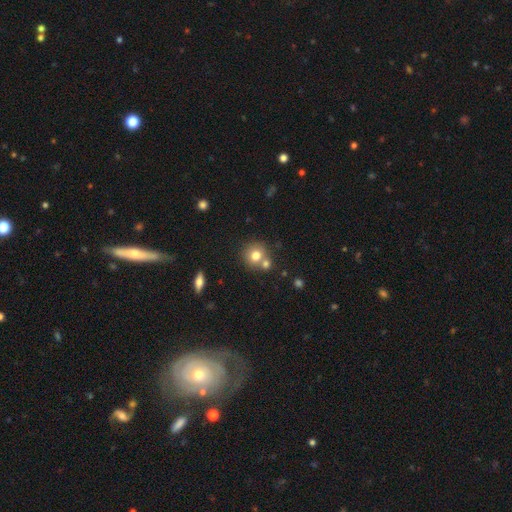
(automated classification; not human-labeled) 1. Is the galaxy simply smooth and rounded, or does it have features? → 75% smooth, 14% featured or disk, 11% star or artifact.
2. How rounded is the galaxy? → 87% round, 12% in between, 1% cigar-shaped.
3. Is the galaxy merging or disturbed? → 55% none, 34% merger, 8% minor disturbance, 3% major disturbance.